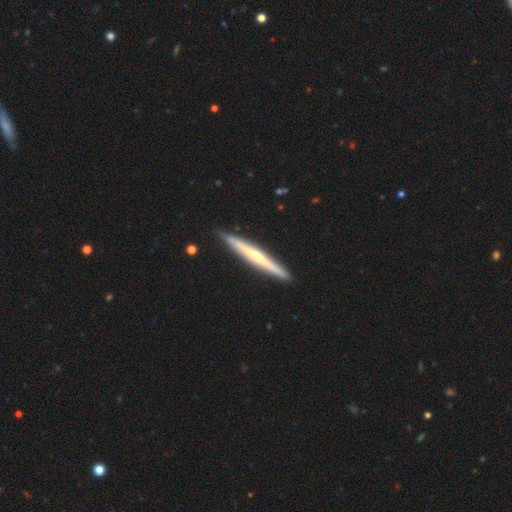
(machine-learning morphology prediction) Smooth or featured?
  - featured or disk: 67% *
  - smooth: 28%
  - star or artifact: 5%
Edge-on disk?
  - yes: 98% *
  - no: 2%
Edge-on bulge?
  - rounded: 56% *
  - none: 37%
  - boxy: 7%
Merging?
  - none: 91% *
  - minor disturbance: 7%
  - major disturbance: 1%
  - merger: 1%